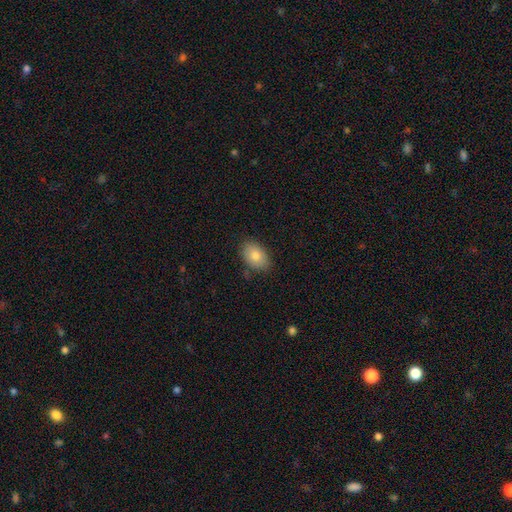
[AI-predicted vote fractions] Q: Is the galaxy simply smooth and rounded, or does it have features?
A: smooth — 80%.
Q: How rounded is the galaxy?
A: in between — 85%.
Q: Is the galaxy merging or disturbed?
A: none — 82%.